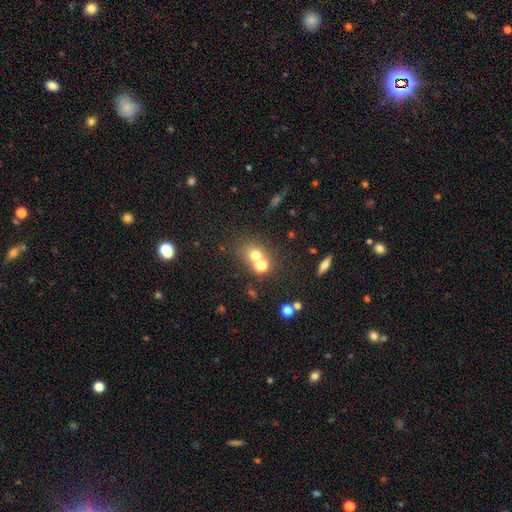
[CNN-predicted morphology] This is likely a smooth galaxy (64%). How rounded: likely round (77%). Merging: possibly none (53%).